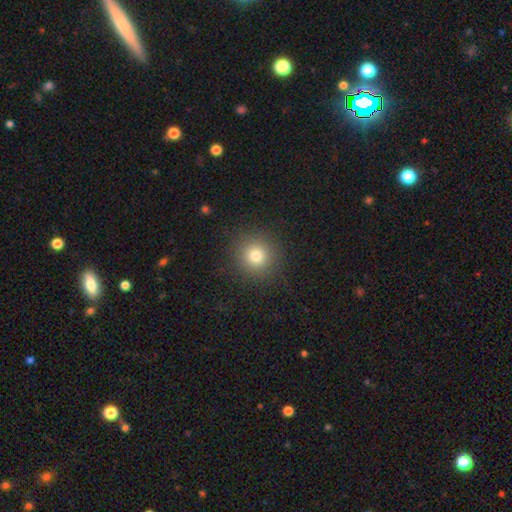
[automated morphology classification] Smooth or featured? smooth (78%)
How rounded? round (94%)
Merging? none (90%)